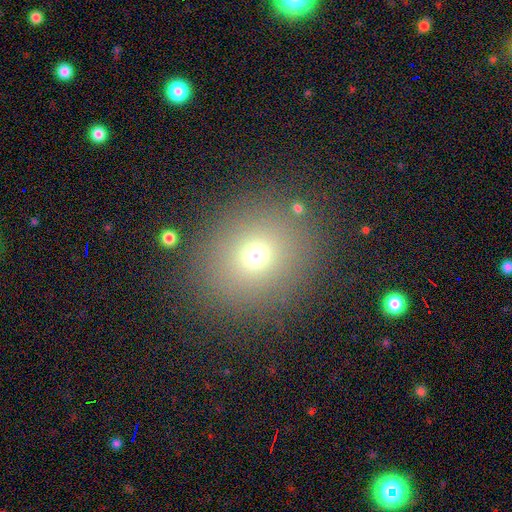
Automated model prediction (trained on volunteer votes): smooth_or_featured: smooth (p=0.69) [alt: star or artifact p=0.20]
how_rounded: round (p=0.78) [alt: in between p=0.21]
merging: none (p=0.86) [alt: minor disturbance p=0.08]